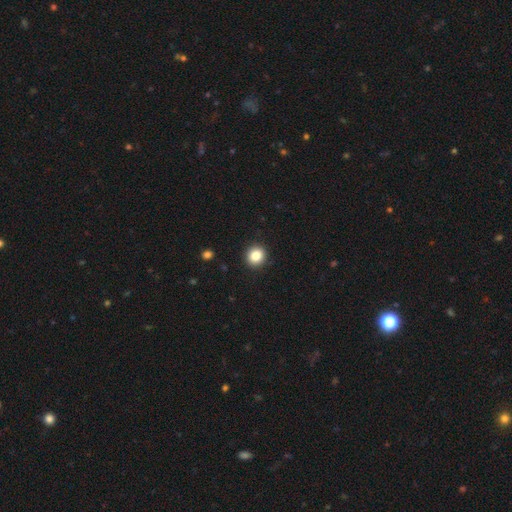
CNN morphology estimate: This is clearly a smooth galaxy (84%). How rounded: clearly round (91%). Merging: clearly none (92%).